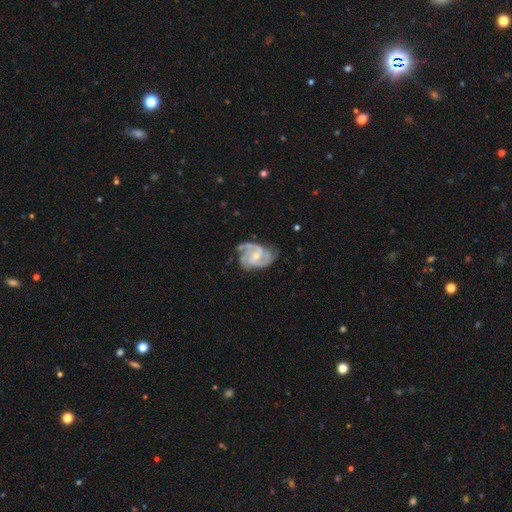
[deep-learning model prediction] featured or disk 90%, smooth 6%, star or artifact 4%. Down the decision tree: edge-on disk — no (98%); bar — no (57%); spiral arms — yes (97%); spiral arm count — 3 (43%); spiral winding — medium (48%); bulge size — small (55%); merging — none (63%).